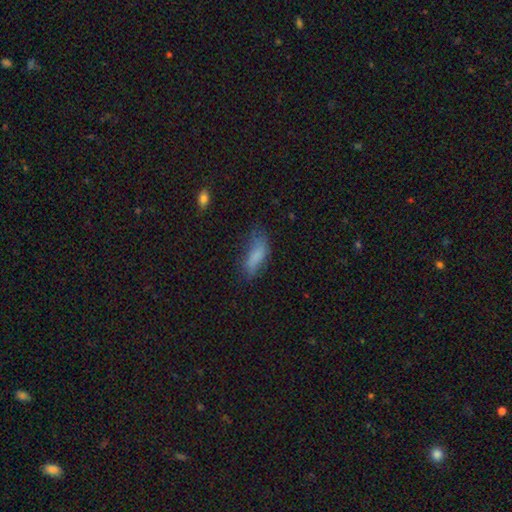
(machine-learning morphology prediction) smooth 77%, featured or disk 14%, star or artifact 9%. Down the decision tree: how rounded — in between (69%); merging — none (48%).